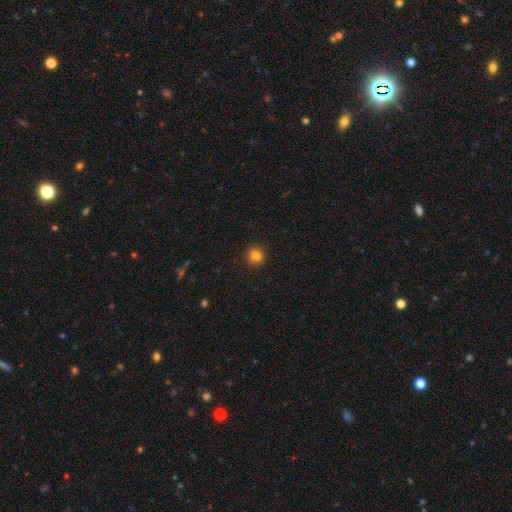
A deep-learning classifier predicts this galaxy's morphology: A smooth galaxy with no disk features (82%) that is round (81%).

Vote fractions:
- Smooth or featured? smooth: 82% / star or artifact: 13% / featured or disk: 5%
- How rounded? round: 81% / in between: 18% / cigar-shaped: 1%
- Merging? none: 86% / minor disturbance: 9% / major disturbance: 2% / merger: 2%